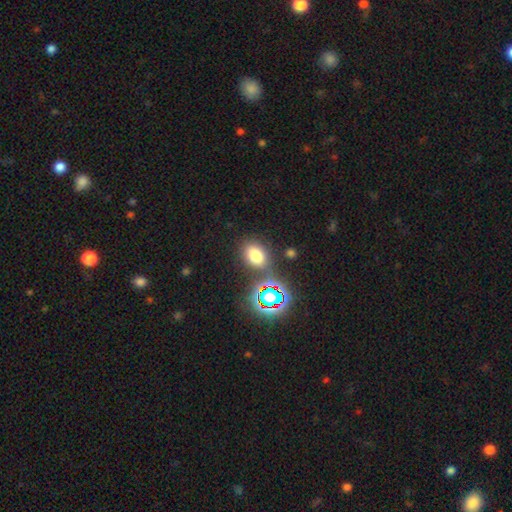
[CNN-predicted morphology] Q: Smooth or featured?
A: smooth (69%); runner-up: star or artifact (23%)
Q: How rounded?
A: in between (73%); runner-up: round (25%)
Q: Merging?
A: none (76%); runner-up: minor disturbance (12%)